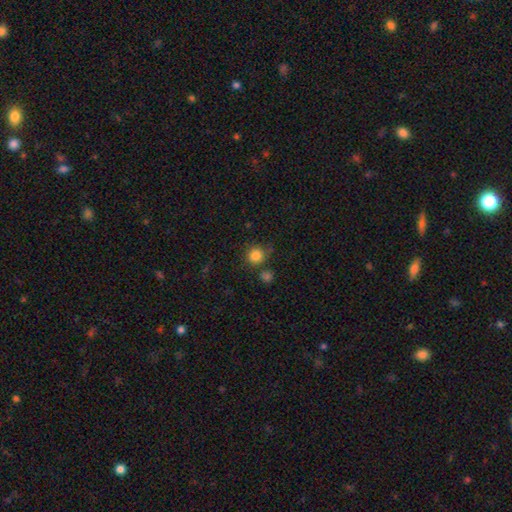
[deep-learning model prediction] smooth 84%, star or artifact 11%, featured or disk 5%. Down the decision tree: how rounded — round (90%); merging — none (70%).